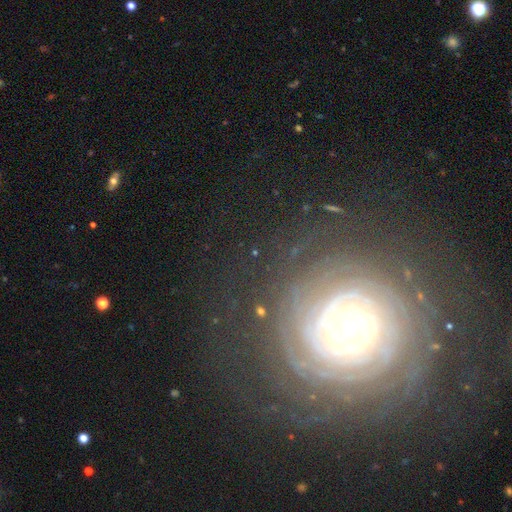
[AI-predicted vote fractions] A featured or disk galaxy (79%) with no bar (80%), tight (88%) spiral arms (96%) and a small central bulge (64%). Merging: none (82%).